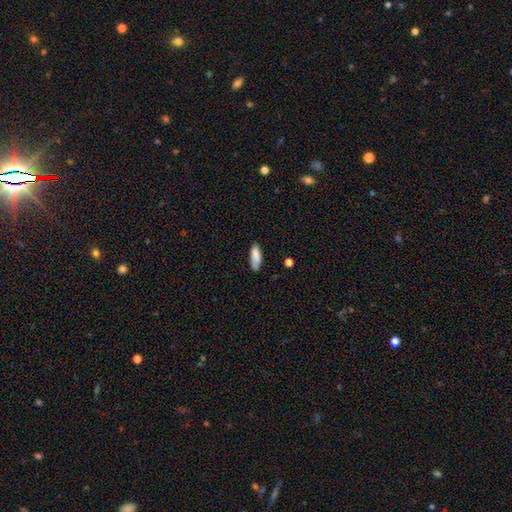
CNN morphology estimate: Overall: smooth (84%). How rounded: in between (63%; cigar-shaped 35%). Merging: none (68%).